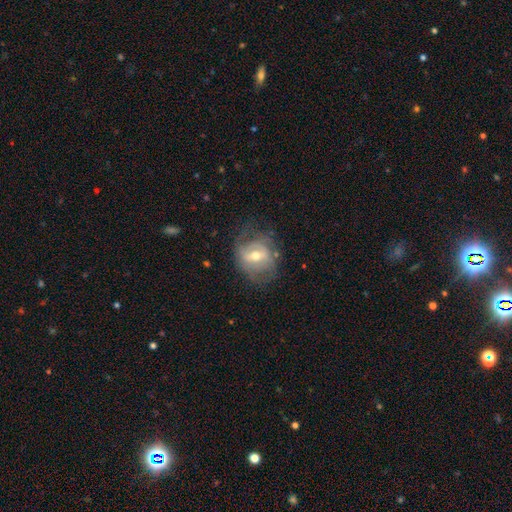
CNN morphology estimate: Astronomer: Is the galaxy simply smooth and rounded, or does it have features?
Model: featured or disk — 64%.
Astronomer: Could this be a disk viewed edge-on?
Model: no — 95%.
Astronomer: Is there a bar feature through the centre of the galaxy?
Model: weak — 46% (runner-up: strong, 31%).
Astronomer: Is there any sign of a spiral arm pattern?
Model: yes — 59% (runner-up: no, 41%).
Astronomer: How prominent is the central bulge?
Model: moderate — 64%.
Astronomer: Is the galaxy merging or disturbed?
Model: none — 56%.